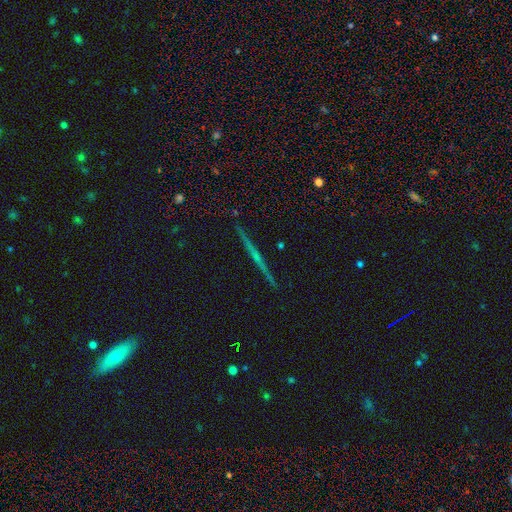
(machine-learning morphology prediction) This is likely a featured or disk galaxy (70%). It is clearly viewed edge-on (98%). Edge-on bulge: possibly none (56%). Merging: clearly none (92%).